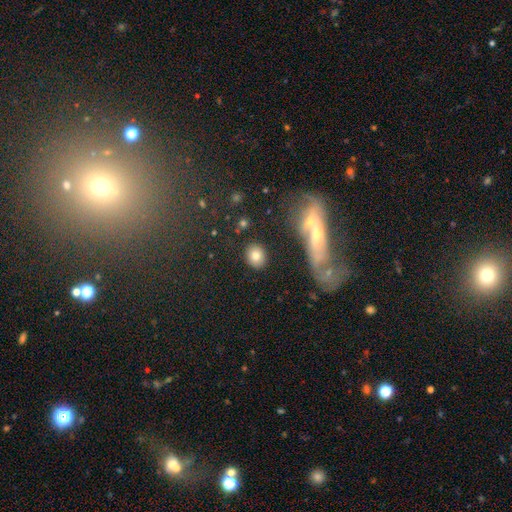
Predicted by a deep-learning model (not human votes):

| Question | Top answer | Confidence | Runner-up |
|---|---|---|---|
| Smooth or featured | smooth | 80% | star or artifact (10%) |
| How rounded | round | 70% | in between (28%) |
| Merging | none | 86% | minor disturbance (8%) |